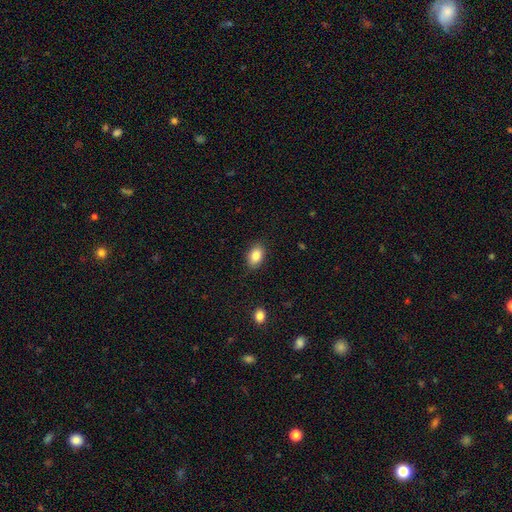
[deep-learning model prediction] Smooth or featured? smooth (85%)
How rounded? in between (86%)
Merging? none (87%)